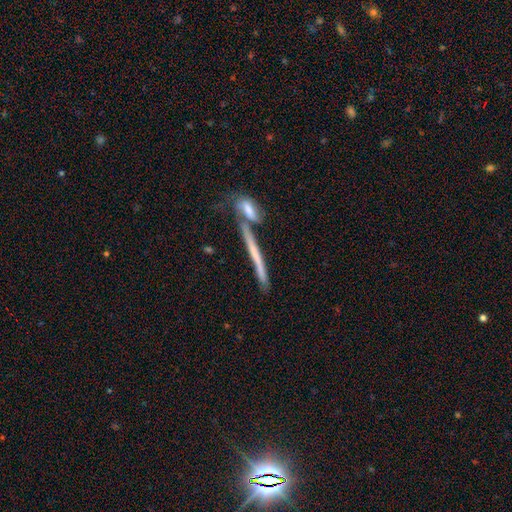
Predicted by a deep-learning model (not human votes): smooth_or_featured: featured or disk (p=0.54) [alt: smooth p=0.37]
disk_edge_on: yes (p=0.90) [alt: no p=0.10]
merging: none (p=0.59) [alt: merger p=0.25]